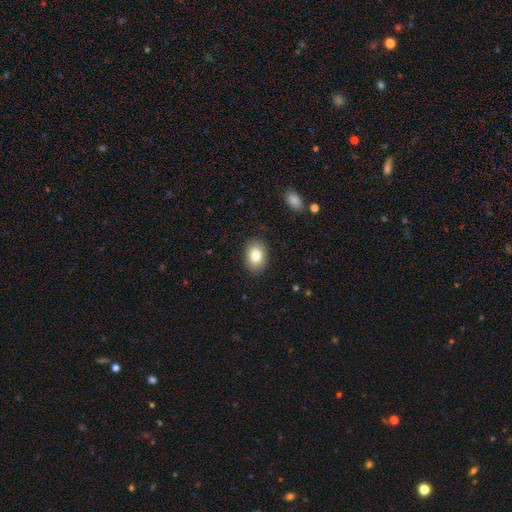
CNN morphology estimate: This is clearly a smooth galaxy (83%). How rounded: likely in between (75%). Merging: clearly none (89%).